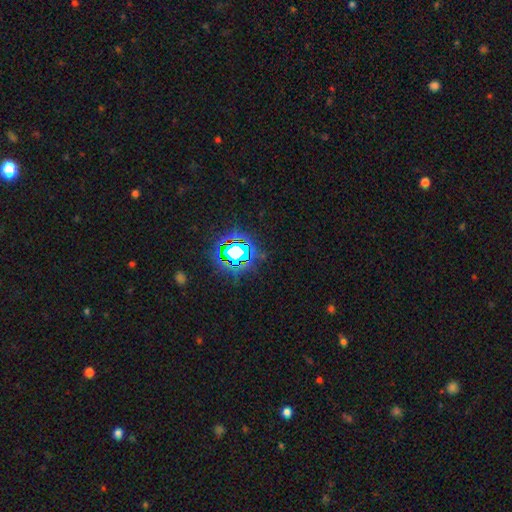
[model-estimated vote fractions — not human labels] Smooth or featured: star or artifact — 80% (smooth — 13%)